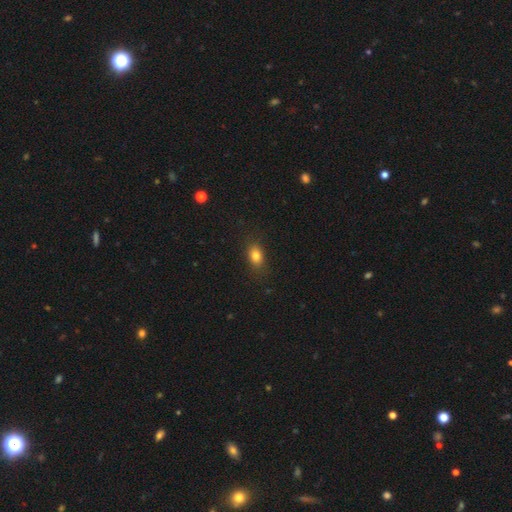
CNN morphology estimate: Smooth or featured?
  - smooth: 82% *
  - star or artifact: 10%
  - featured or disk: 7%
How rounded?
  - in between: 78% *
  - round: 20%
  - cigar-shaped: 2%
Merging?
  - none: 84% *
  - minor disturbance: 12%
  - major disturbance: 3%
  - merger: 1%